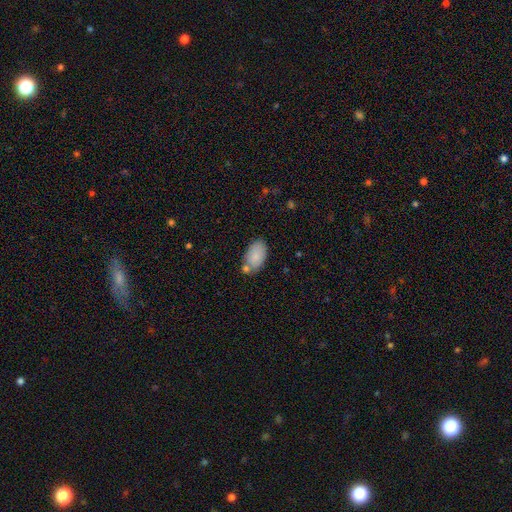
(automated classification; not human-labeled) A smooth galaxy with no disk features (84%) that is in between round and cigar-shaped (95%).

Vote fractions:
- Smooth or featured? smooth: 84% / featured or disk: 9% / star or artifact: 7%
- How rounded? in between: 95% / round: 4% / cigar-shaped: 2%
- Merging? none: 65% / minor disturbance: 17% / merger: 14% / major disturbance: 4%